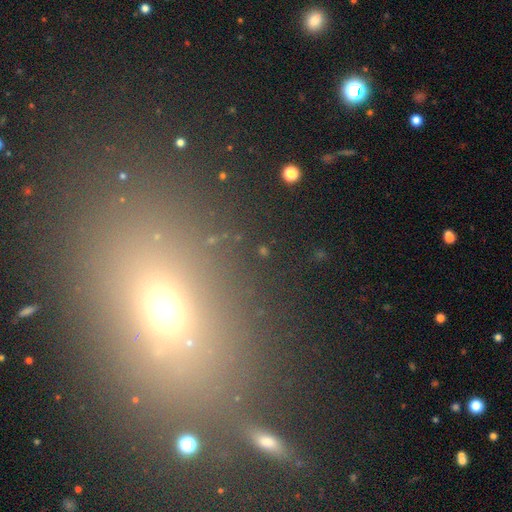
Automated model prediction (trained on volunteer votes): Q: Smooth or featured?
A: smooth (52%); runner-up: star or artifact (36%)
Q: How rounded?
A: in between (62%); runner-up: round (34%)
Q: Merging?
A: none (79%); runner-up: minor disturbance (9%)